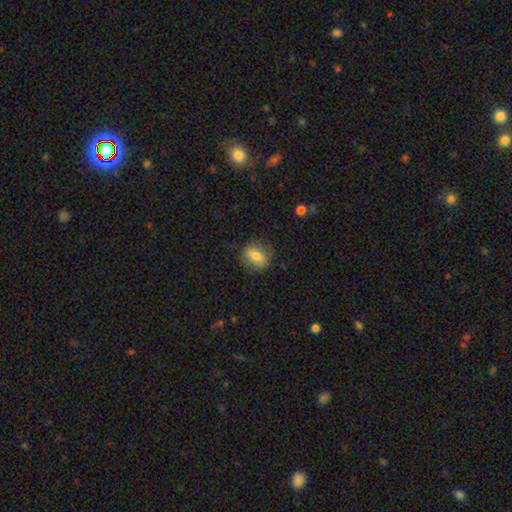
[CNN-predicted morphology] Smooth or featured: smooth — 73% (featured or disk — 19%)
How rounded: in between — 66% (round — 30%)
Merging: none — 78% (minor disturbance — 16%)